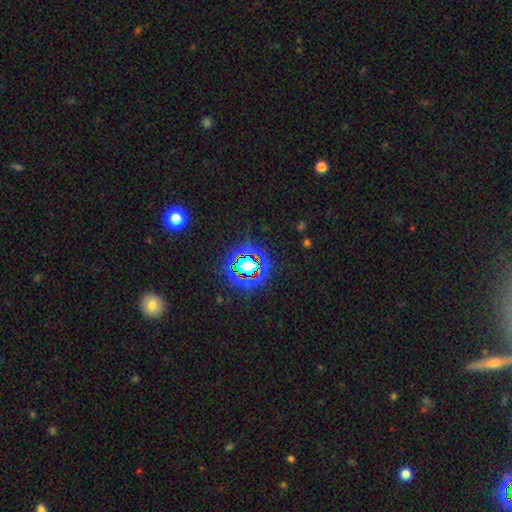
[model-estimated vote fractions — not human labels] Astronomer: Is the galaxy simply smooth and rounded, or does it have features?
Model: star or artifact — 76%.